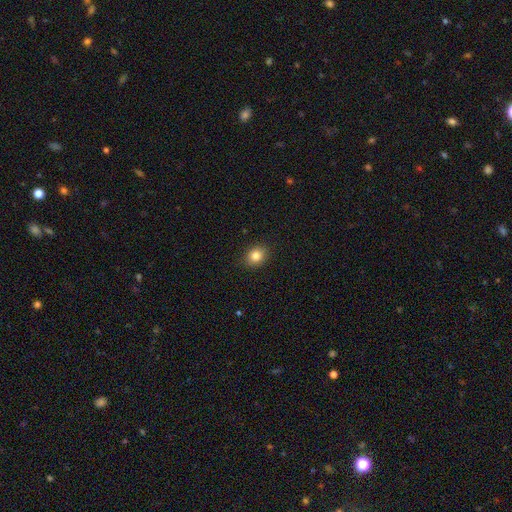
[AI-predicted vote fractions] A smooth galaxy with no disk features (83%) that is round (54%).

Vote fractions:
- Smooth or featured? smooth: 83% / star or artifact: 10% / featured or disk: 7%
- How rounded? round: 54% / in between: 45% / cigar-shaped: 1%
- Merging? none: 90% / minor disturbance: 7% / major disturbance: 2% / merger: 1%